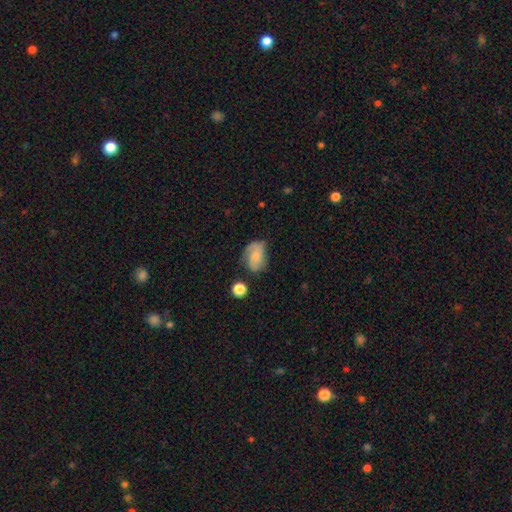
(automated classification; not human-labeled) Overall: featured or disk (51%; smooth 40%). Edge-on disk: no (97%). Merging: none (58%; minor disturbance 27%).